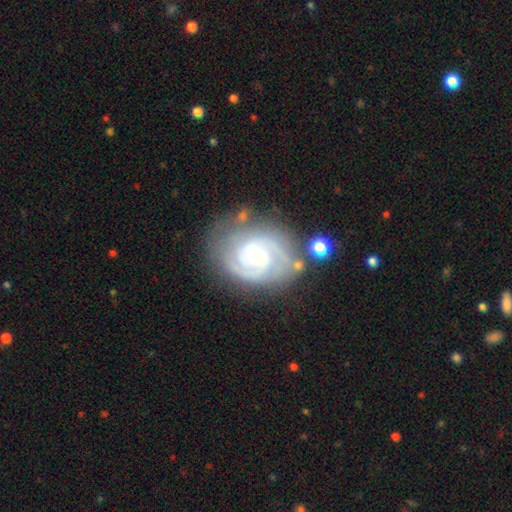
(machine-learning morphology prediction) The model was most divided on "bar": weak: 52%, no: 35%, strong: 13%. More confident: edge-on disk — no (97%); spiral arms — yes (97%); smooth or featured — featured or disk (87%); merging — none (69%); bulge size — small (63%); spiral arm count — 2 (56%); spiral winding — tight (55%).